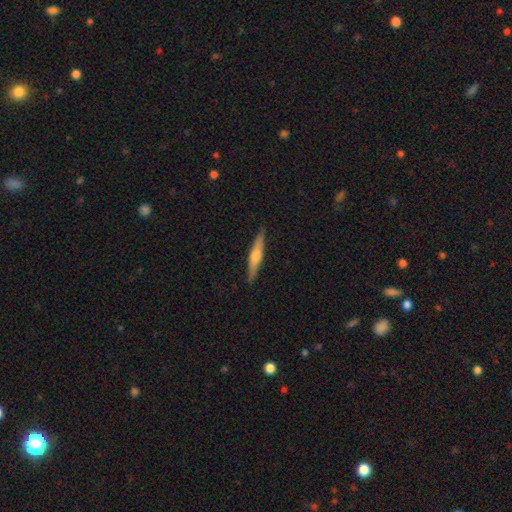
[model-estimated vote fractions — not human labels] The model was most divided on "smooth or featured": featured or disk: 59%, smooth: 35%, star or artifact: 6%. More confident: edge-on disk — yes (97%); merging — none (90%); edge-on bulge — rounded (86%).